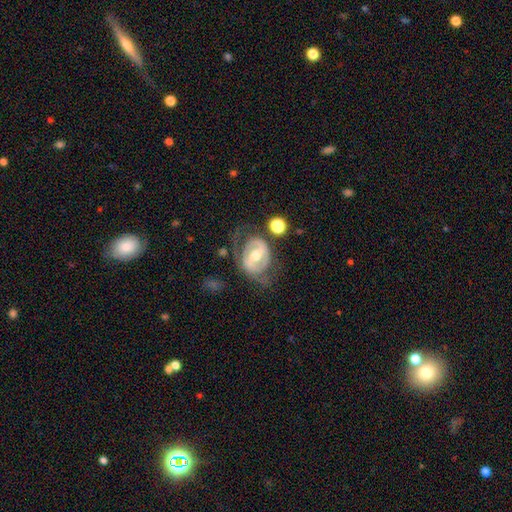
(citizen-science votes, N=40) Volunteers were most divided on "merging": none: 40%, major disturbance: 35%, minor disturbance: 22%, merger: 2%. Remaining: edge-on disk — no (100%); smooth or featured — featured or disk (85%); bulge size — moderate (79%); spiral arm count — 2 (67%); spiral arms — yes (53%); spiral winding — medium (50%); bar — strong (47%).